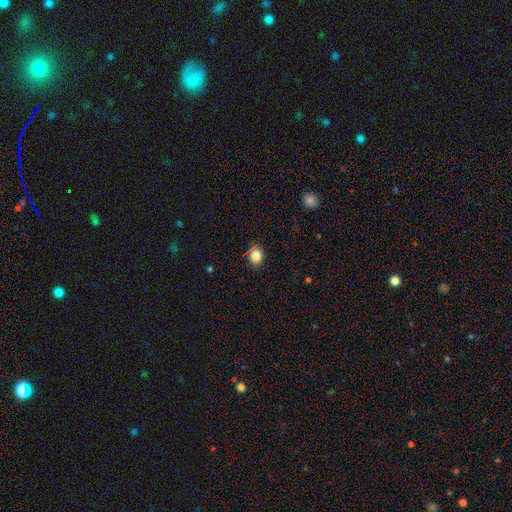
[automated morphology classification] type=smooth (83%); roundness=round (68%); merging=none (87%).